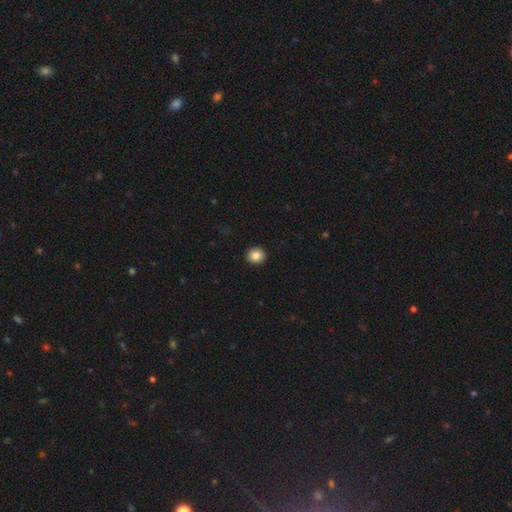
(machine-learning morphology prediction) smooth 85%, star or artifact 9%, featured or disk 6%. Down the decision tree: how rounded — round (84%); merging — none (93%).